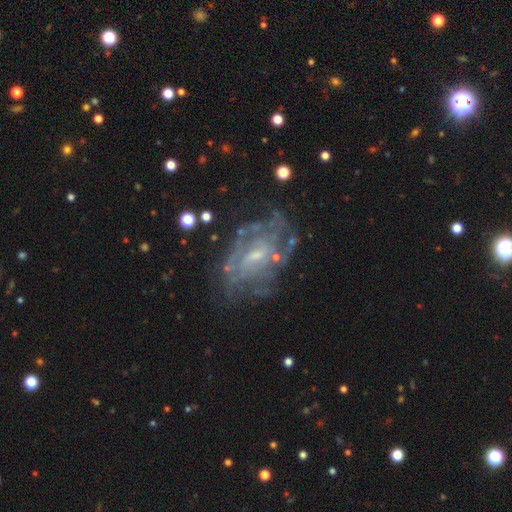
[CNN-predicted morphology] A featured or disk galaxy (80%) with a weak bar (46%), tight (50%) spiral arms (73%) and a small central bulge (61%). Merging: none (62%).